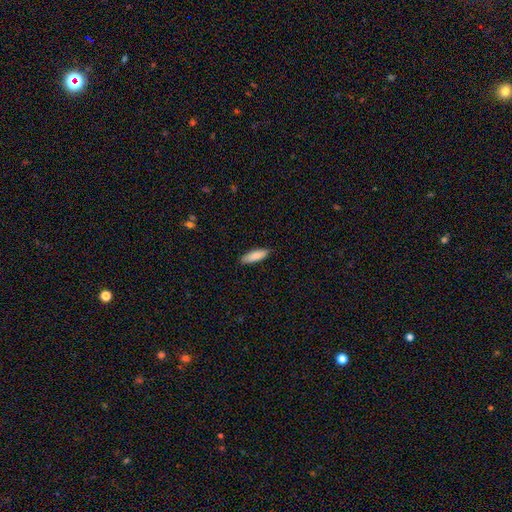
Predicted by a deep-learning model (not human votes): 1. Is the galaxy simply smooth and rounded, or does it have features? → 86% smooth, 9% featured or disk, 6% star or artifact.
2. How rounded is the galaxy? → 52% cigar-shaped, 46% in between, 2% round.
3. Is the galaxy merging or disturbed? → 87% none, 10% minor disturbance, 2% major disturbance, 1% merger.